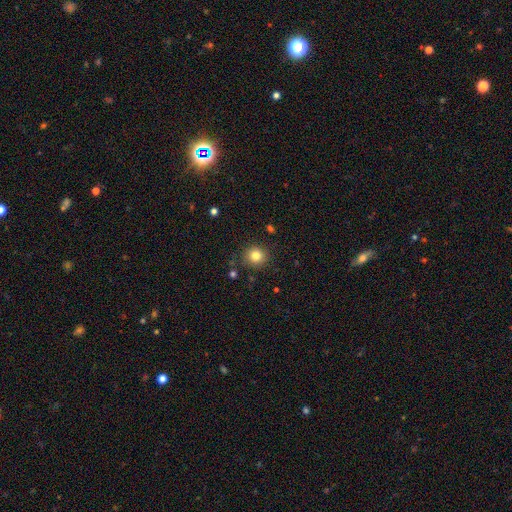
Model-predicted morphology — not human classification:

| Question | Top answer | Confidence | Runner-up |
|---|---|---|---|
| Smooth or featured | smooth | 81% | star or artifact (12%) |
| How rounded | round | 90% | in between (9%) |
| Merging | none | 86% | minor disturbance (9%) |